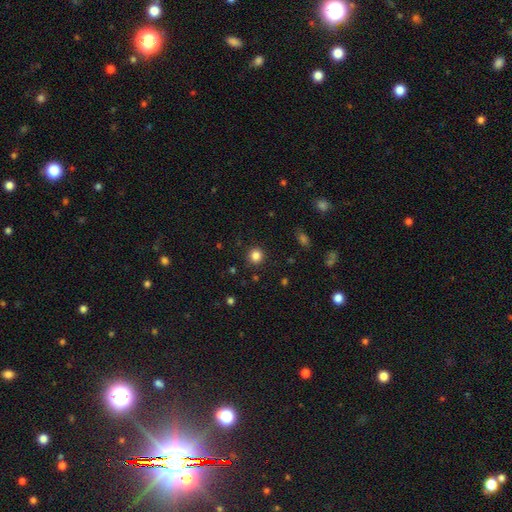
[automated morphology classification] The model was most divided on "smooth or featured": smooth: 84%, star or artifact: 12%, featured or disk: 4%. More confident: how rounded — round (92%); merging — none (91%).